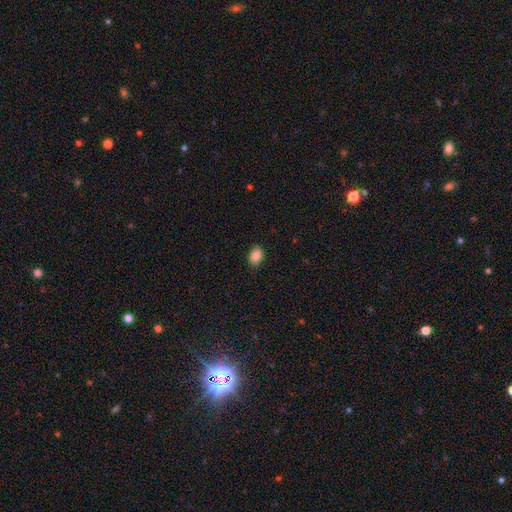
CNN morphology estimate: Overall: smooth (86%). How rounded: in between (73%). Merging: none (85%).